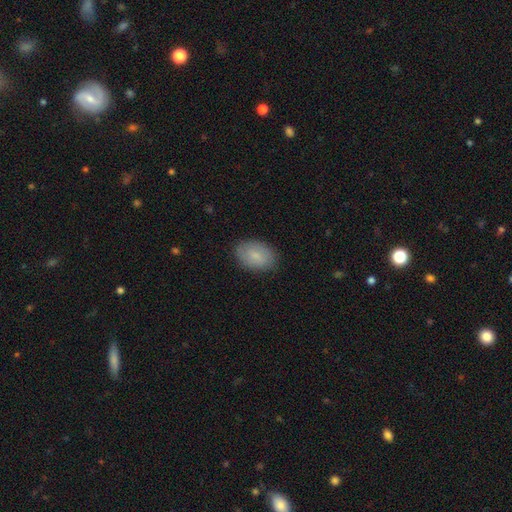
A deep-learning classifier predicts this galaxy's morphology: This is likely a smooth galaxy (79%). How rounded: clearly in between (87%). Merging: clearly none (84%).